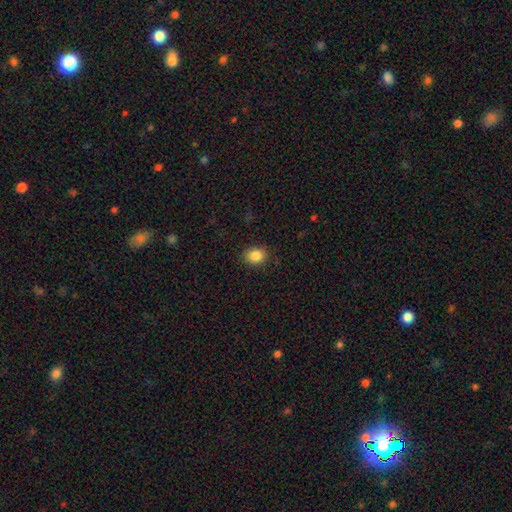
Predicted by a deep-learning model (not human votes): Smooth or featured?
  - smooth: 86% *
  - star or artifact: 10%
  - featured or disk: 4%
How rounded?
  - round: 59% *
  - in between: 40%
  - cigar-shaped: 1%
Merging?
  - none: 88% *
  - minor disturbance: 8%
  - major disturbance: 2%
  - merger: 1%